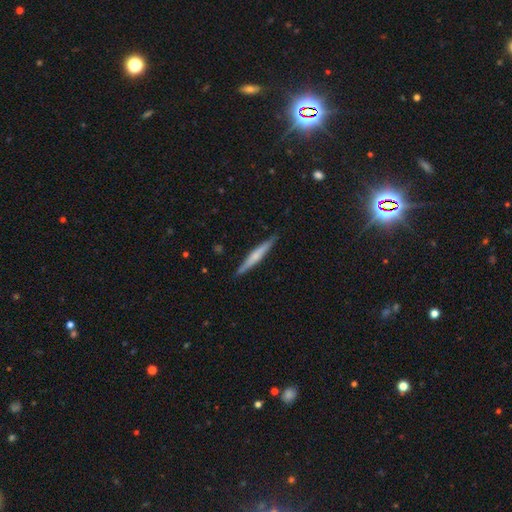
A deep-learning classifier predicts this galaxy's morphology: Smooth or featured? Predicted: featured or disk (p=0.50). Edge-on disk? Predicted: yes (p=0.97). Merging? Predicted: none (p=0.90).